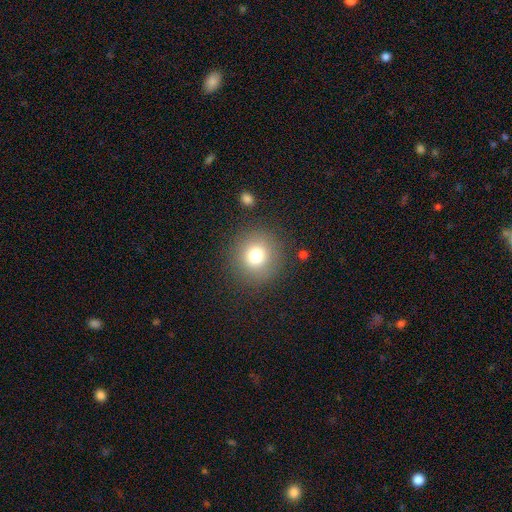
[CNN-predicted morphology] Smooth or featured: smooth — 76% (star or artifact — 13%)
How rounded: round — 93% (in between — 6%)
Merging: none — 87% (minor disturbance — 8%)